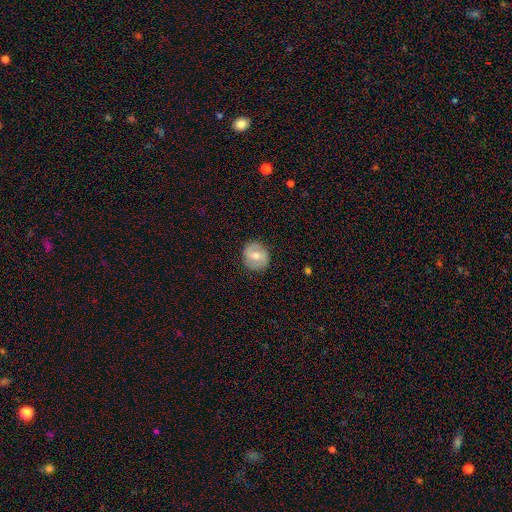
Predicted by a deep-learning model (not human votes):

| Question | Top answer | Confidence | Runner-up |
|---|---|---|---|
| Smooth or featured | featured or disk | 47% | smooth (46%) |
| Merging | none | 86% | minor disturbance (11%) |